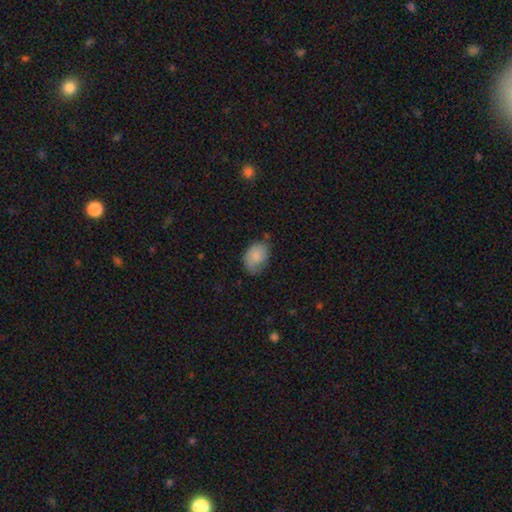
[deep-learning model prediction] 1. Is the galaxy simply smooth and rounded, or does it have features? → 79% smooth, 14% featured or disk, 7% star or artifact.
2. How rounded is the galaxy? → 81% in between, 18% round, 1% cigar-shaped.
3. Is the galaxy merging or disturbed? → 55% none, 33% minor disturbance, 9% major disturbance, 2% merger.